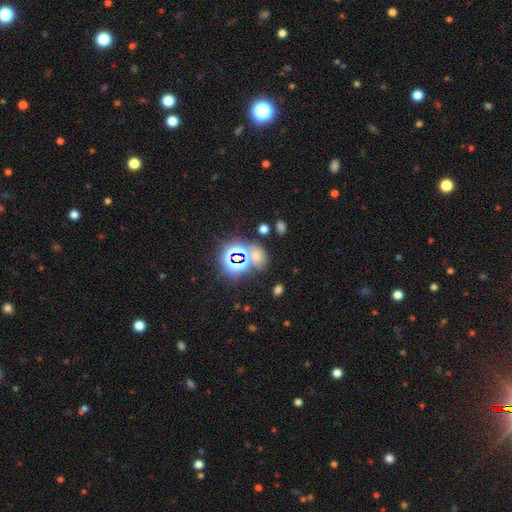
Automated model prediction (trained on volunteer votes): smooth-or-featured: star or artifact: 49% | smooth: 41% | featured or disk: 10%